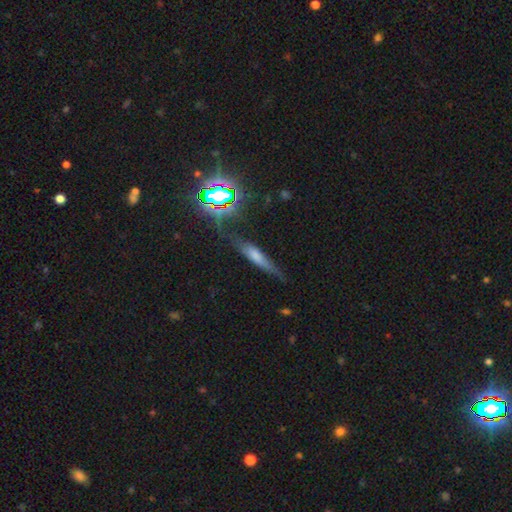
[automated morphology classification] A smooth galaxy with no disk features (52%) that is cigar-shaped (77%). Merging: none (59%).